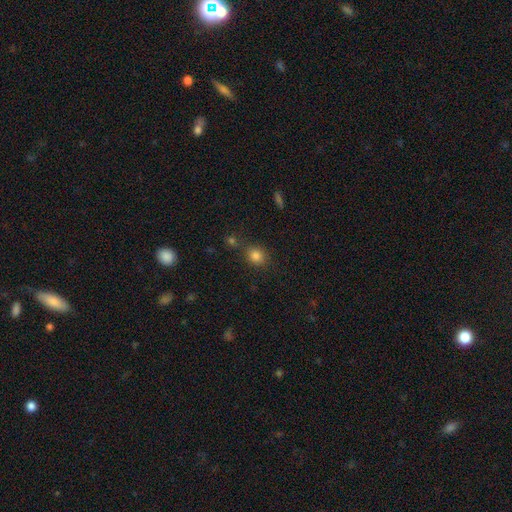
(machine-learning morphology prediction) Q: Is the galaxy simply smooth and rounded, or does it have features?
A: smooth — 82%.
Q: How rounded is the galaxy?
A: round — 76%.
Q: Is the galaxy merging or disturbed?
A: none — 73%.